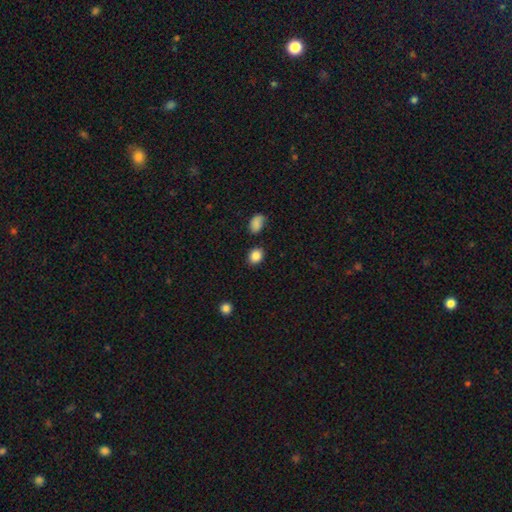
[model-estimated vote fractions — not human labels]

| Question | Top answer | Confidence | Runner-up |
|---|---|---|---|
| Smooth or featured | smooth | 86% | star or artifact (10%) |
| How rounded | in between | 52% | round (46%) |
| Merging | none | 83% | minor disturbance (10%) |